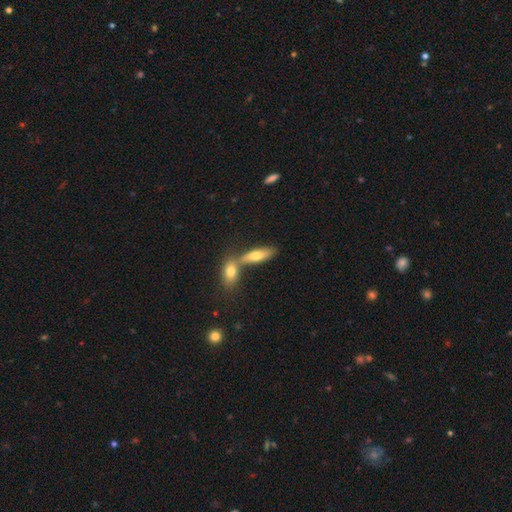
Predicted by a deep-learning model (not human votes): Smooth or featured? smooth (65%)
How rounded? in between (57%)
Merging? merger (46%)